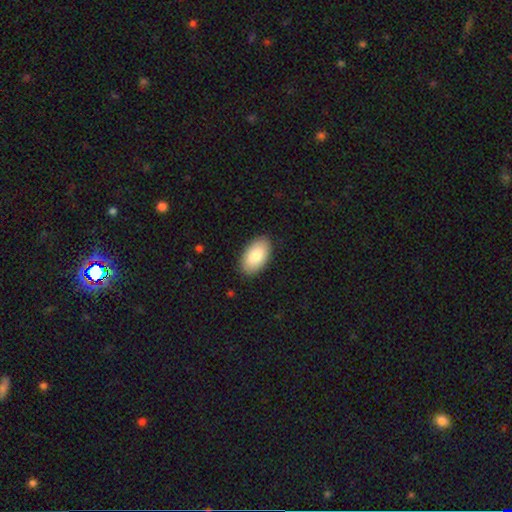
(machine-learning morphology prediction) Smooth or featured: smooth — 82% (featured or disk — 12%)
How rounded: in between — 95% (round — 3%)
Merging: none — 88% (minor disturbance — 9%)